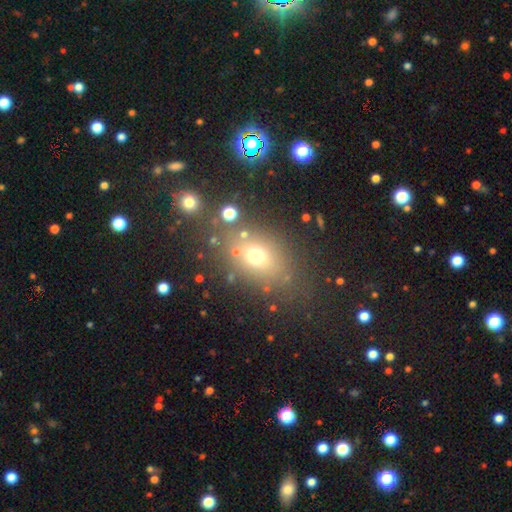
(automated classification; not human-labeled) Smooth or featured?
  - smooth: 65% *
  - star or artifact: 19%
  - featured or disk: 15%
How rounded?
  - in between: 62% *
  - round: 35%
  - cigar-shaped: 3%
Merging?
  - none: 73% *
  - minor disturbance: 13%
  - major disturbance: 7%
  - merger: 7%